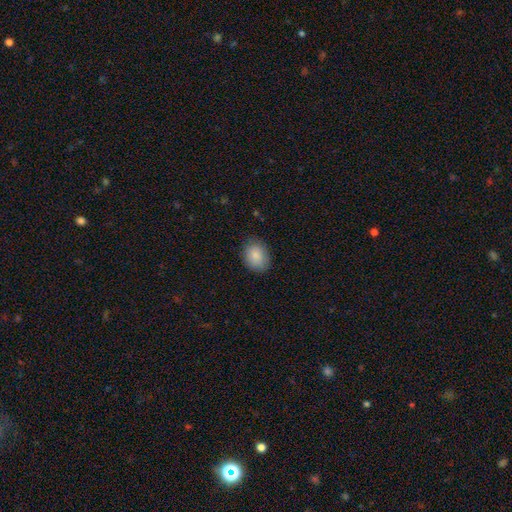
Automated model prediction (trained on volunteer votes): The model was most divided on "how rounded": in between: 61%, round: 38%, cigar-shaped: 1%. More confident: smooth or featured — smooth (87%); merging — none (83%).